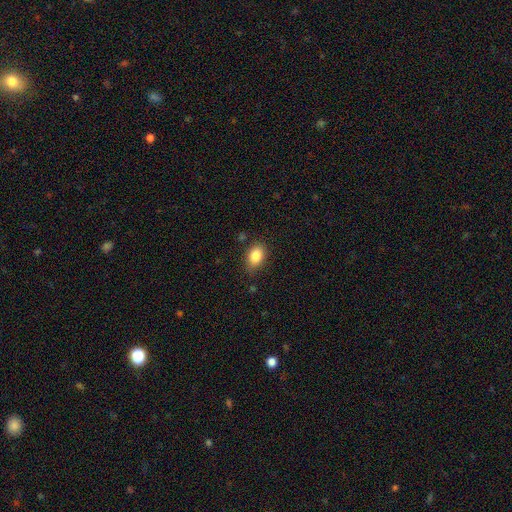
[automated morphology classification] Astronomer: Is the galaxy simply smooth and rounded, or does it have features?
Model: smooth — 85%.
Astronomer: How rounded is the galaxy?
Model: in between — 78%.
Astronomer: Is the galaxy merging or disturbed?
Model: none — 79%.